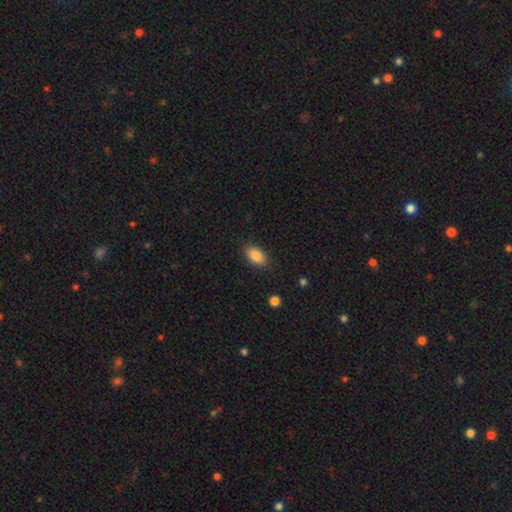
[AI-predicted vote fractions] Smooth or featured: smooth — 87% (star or artifact — 8%)
How rounded: in between — 91% (round — 5%)
Merging: none — 87% (minor disturbance — 9%)